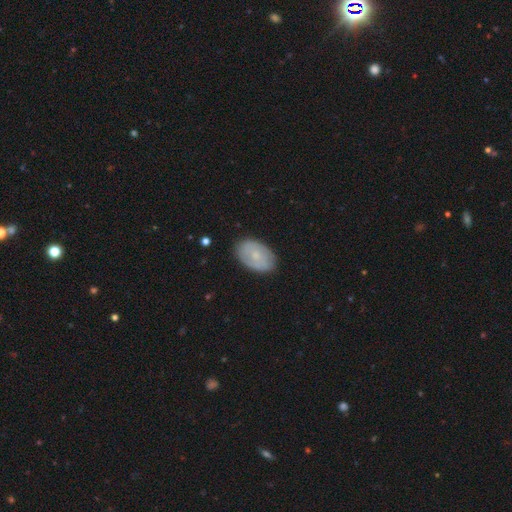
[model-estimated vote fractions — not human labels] smooth_or_featured: smooth (p=0.50) [alt: featured or disk p=0.43]
how_rounded: in between (p=0.89) [alt: round p=0.10]
merging: none (p=0.84) [alt: minor disturbance p=0.12]